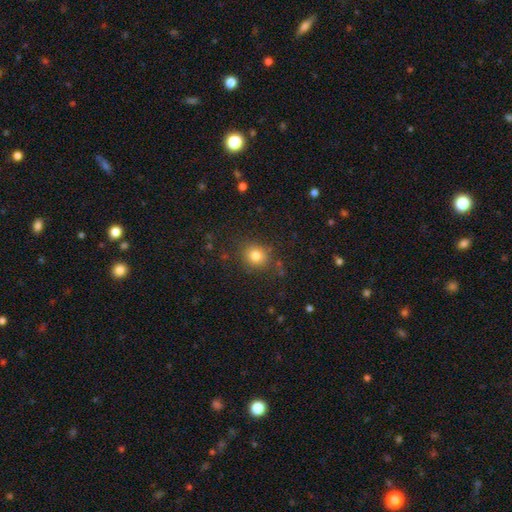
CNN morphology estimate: Smooth or featured? Predicted: smooth (p=0.80). How rounded? Predicted: round (p=0.80). Merging? Predicted: none (p=0.82).